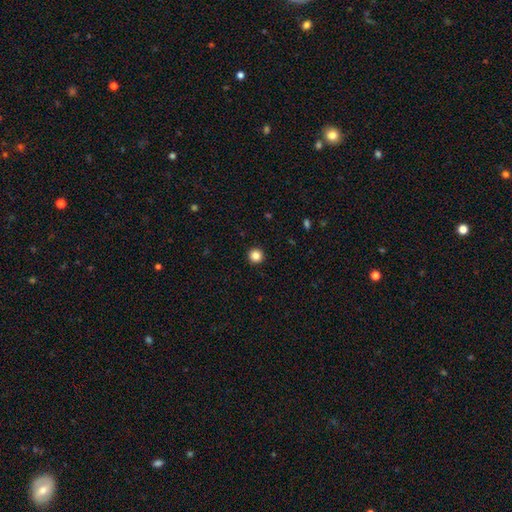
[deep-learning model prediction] The model was most divided on "smooth or featured": smooth: 85%, star or artifact: 11%, featured or disk: 4%. More confident: how rounded — round (96%); merging — none (94%).